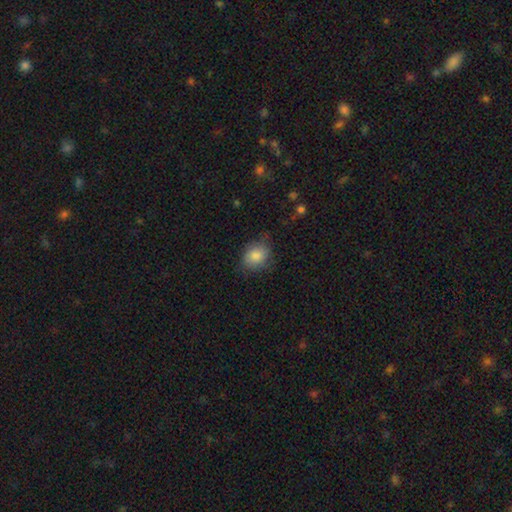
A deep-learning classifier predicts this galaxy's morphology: smooth_or_featured: smooth (p=0.85) [alt: star or artifact p=0.08]
how_rounded: in between (p=0.52) [alt: round p=0.47]
merging: none (p=0.68) [alt: minor disturbance p=0.24]